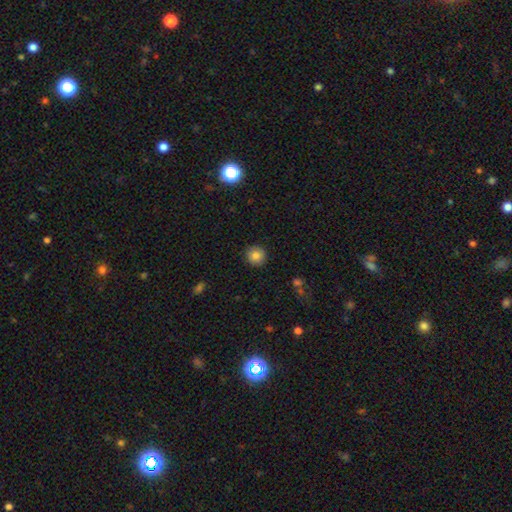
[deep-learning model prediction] Morphology: type=smooth (83%); roundness=round (95%); merging=none (92%).